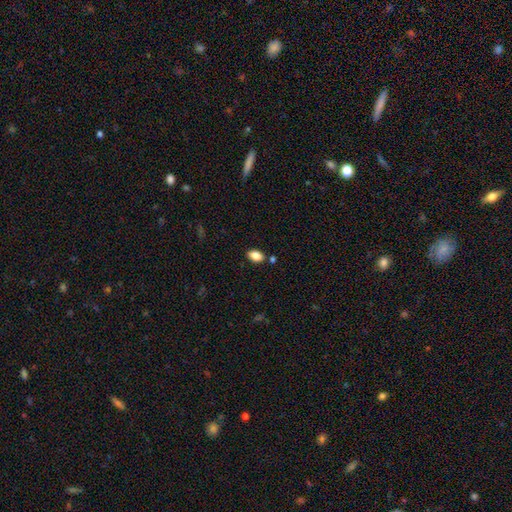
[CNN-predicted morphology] A smooth galaxy with no disk features (86%) that is in between round and cigar-shaped (90%). Merging: none (81%).